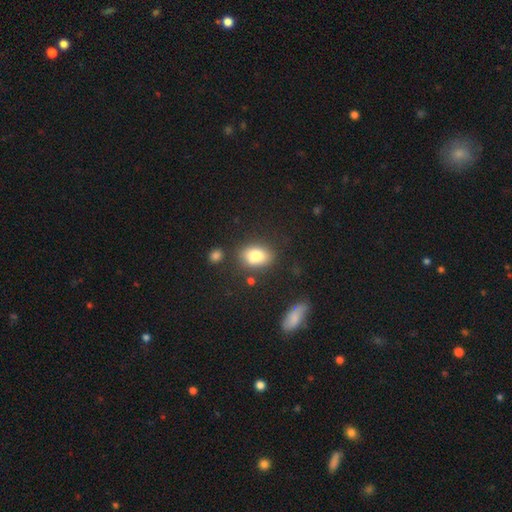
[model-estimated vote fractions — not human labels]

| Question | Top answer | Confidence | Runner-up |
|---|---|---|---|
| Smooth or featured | smooth | 79% | featured or disk (12%) |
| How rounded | in between | 76% | round (22%) |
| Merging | none | 76% | minor disturbance (13%) |